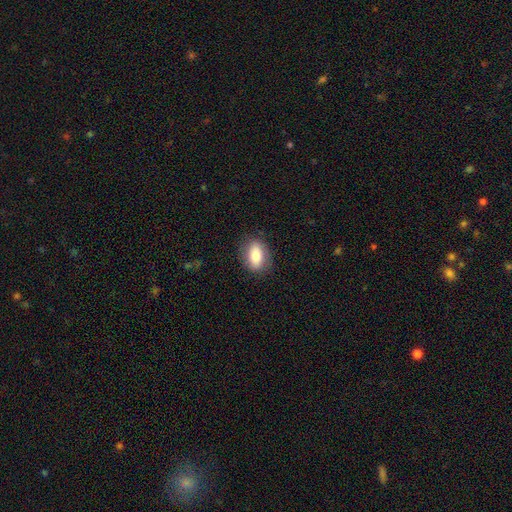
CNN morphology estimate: This appears to be a smooth galaxy with no disk features (77%) that is in between round and cigar-shaped (85%). Merging: none (82%).